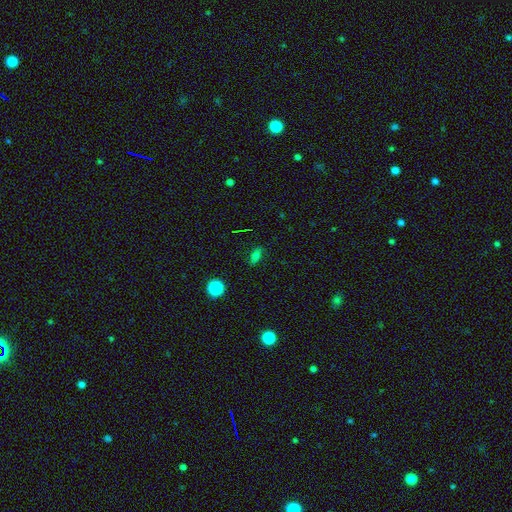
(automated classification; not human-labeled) The model was most divided on "smooth or featured": smooth: 65%, star or artifact: 22%, featured or disk: 14%. More confident: merging — none (81%); how rounded — in between (74%).